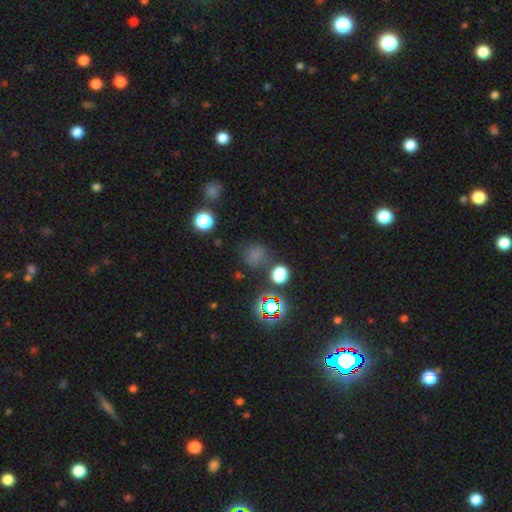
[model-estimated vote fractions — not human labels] smooth 62%, star or artifact 30%, featured or disk 8%. Down the decision tree: how rounded — round (81%); merging — none (68%).